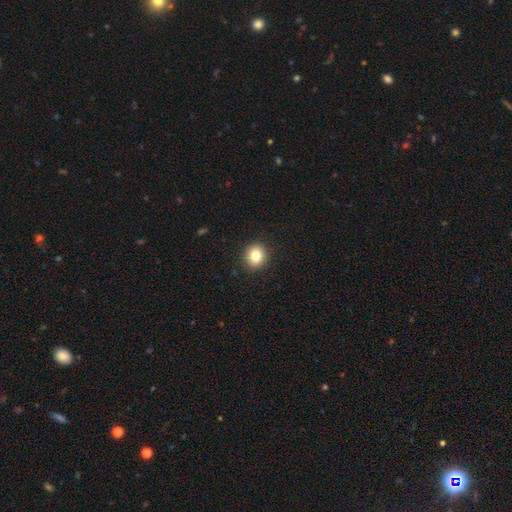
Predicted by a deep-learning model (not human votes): Smooth or featured? smooth (82%)
How rounded? round (83%)
Merging? none (91%)